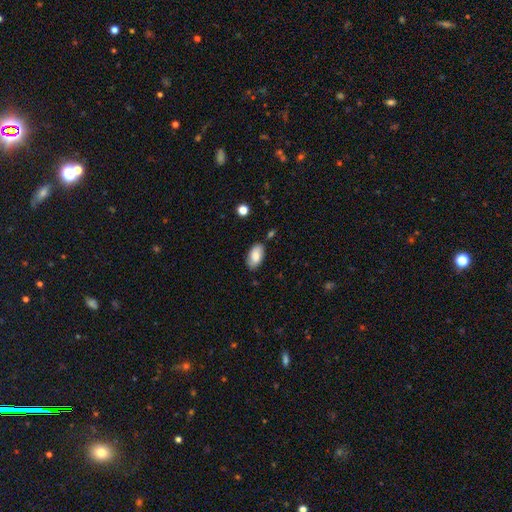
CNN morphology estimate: smooth_or_featured: smooth (p=0.80) [alt: featured or disk p=0.13]
how_rounded: in between (p=0.94) [alt: round p=0.03]
merging: none (p=0.81) [alt: minor disturbance p=0.14]